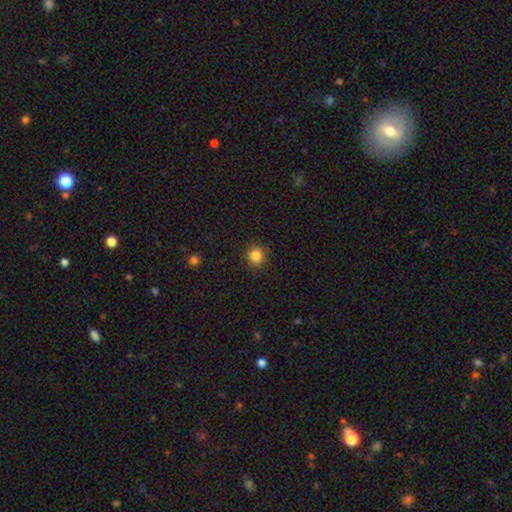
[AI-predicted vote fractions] smooth_or_featured: smooth (p=0.84) [alt: star or artifact p=0.11]
how_rounded: round (p=0.91) [alt: in between p=0.08]
merging: none (p=0.90) [alt: minor disturbance p=0.07]